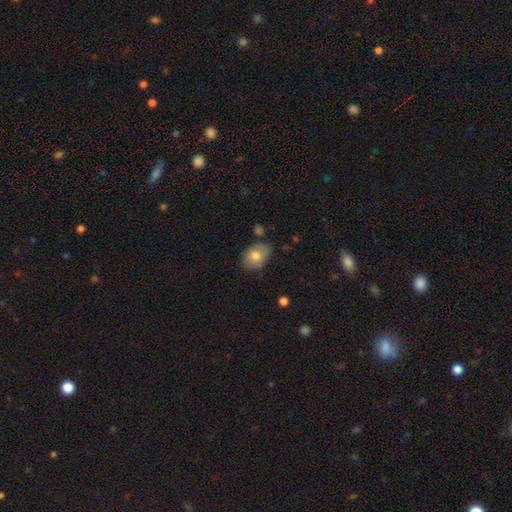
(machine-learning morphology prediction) Smooth or featured: smooth — 78% (featured or disk — 14%)
How rounded: in between — 77% (round — 22%)
Merging: none — 72% (minor disturbance — 20%)